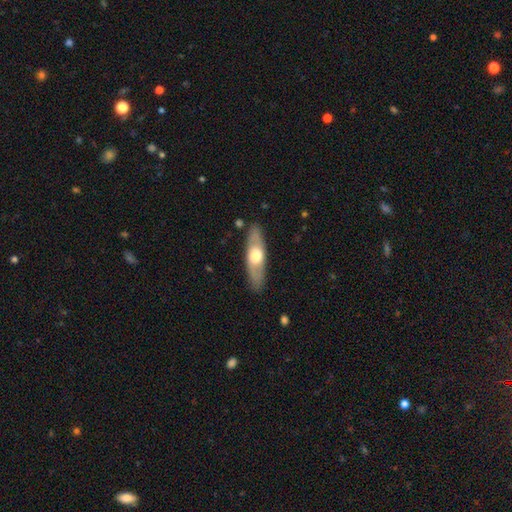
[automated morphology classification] A featured or disk galaxy (50%). Merging: none (86%).